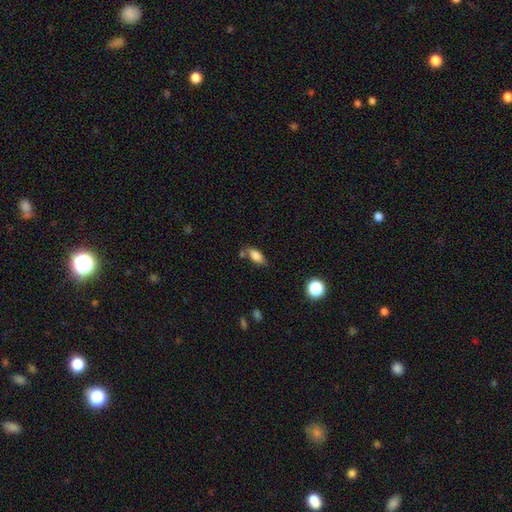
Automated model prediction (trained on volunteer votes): Smooth or featured: smooth — 80% (featured or disk — 11%)
How rounded: in between — 83% (cigar-shaped — 13%)
Merging: none — 66% (minor disturbance — 18%)